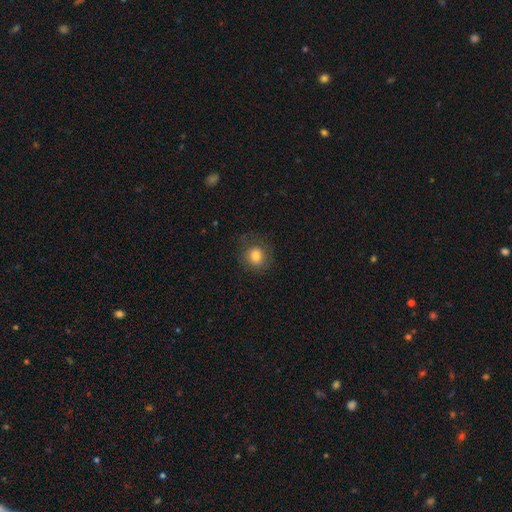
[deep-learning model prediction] Morphology: type=smooth (81%); roundness=round (78%); merging=none (76%).